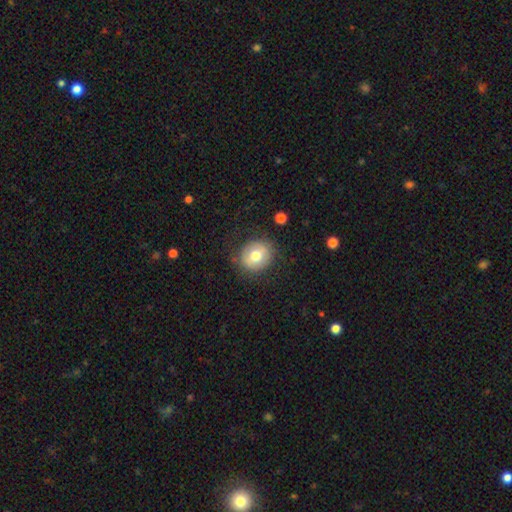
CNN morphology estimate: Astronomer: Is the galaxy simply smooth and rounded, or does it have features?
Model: smooth — 66%.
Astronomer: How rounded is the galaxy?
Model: round — 77%.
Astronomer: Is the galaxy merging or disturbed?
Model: none — 81%.